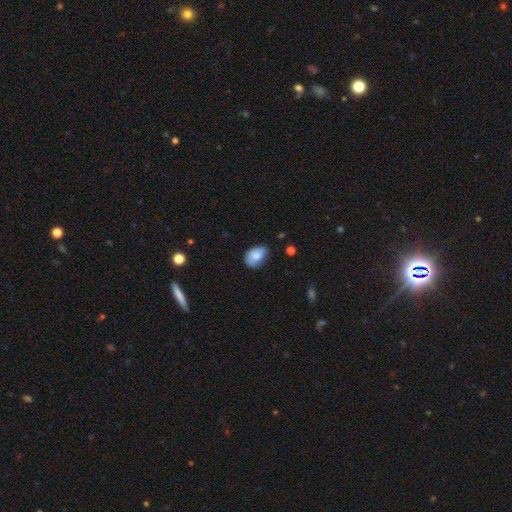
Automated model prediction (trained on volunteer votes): A smooth galaxy with no disk features (76%) that is in between round and cigar-shaped (81%). Merging: none (52%).